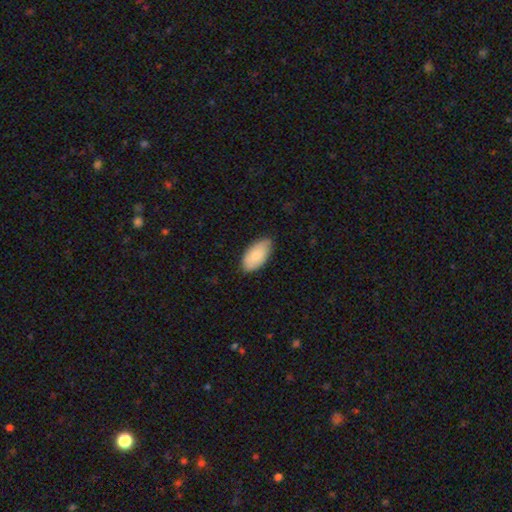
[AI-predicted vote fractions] Overall: smooth (80%). How rounded: in between (95%). Merging: none (74%).